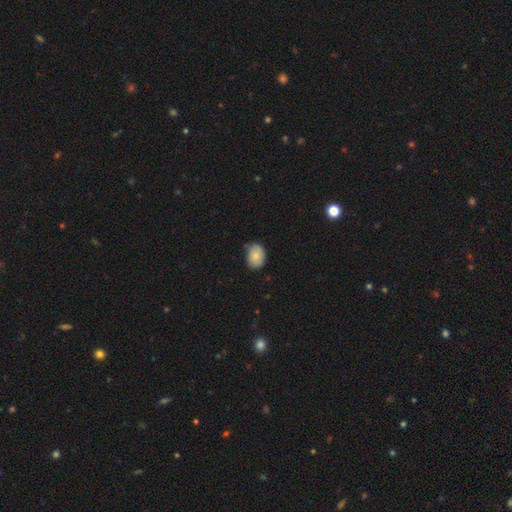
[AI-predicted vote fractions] smooth 82%, featured or disk 10%, star or artifact 8%. Down the decision tree: how rounded — in between (66%); merging — none (69%).